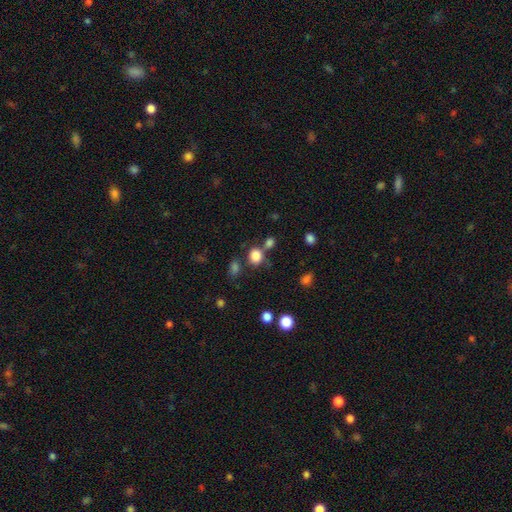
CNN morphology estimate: Smooth or featured?
  - smooth: 83% *
  - star or artifact: 12%
  - featured or disk: 5%
How rounded?
  - round: 68% *
  - in between: 31%
  - cigar-shaped: 1%
Merging?
  - none: 65% *
  - merger: 16%
  - minor disturbance: 13%
  - major disturbance: 6%